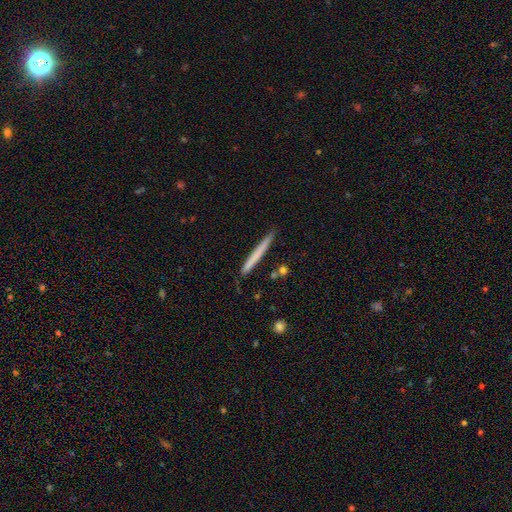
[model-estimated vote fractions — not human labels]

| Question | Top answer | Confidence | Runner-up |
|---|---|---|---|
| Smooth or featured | smooth | 65% | featured or disk (30%) |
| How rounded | cigar-shaped | 97% | in between (2%) |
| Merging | none | 87% | minor disturbance (9%) |